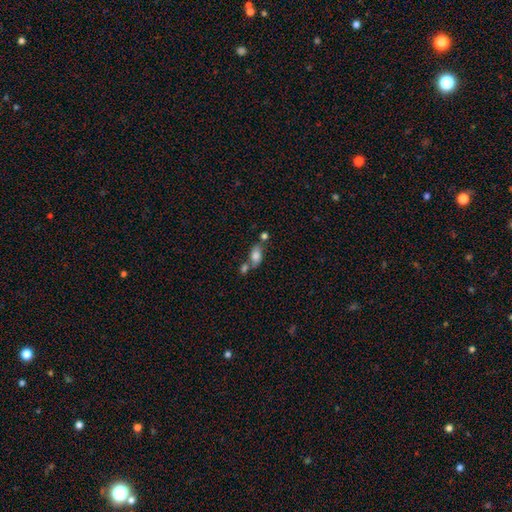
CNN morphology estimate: The model was most divided on "merging": none: 44%, merger: 34%, minor disturbance: 15%, major disturbance: 7%. More confident: how rounded — in between (84%); smooth or featured — smooth (73%).